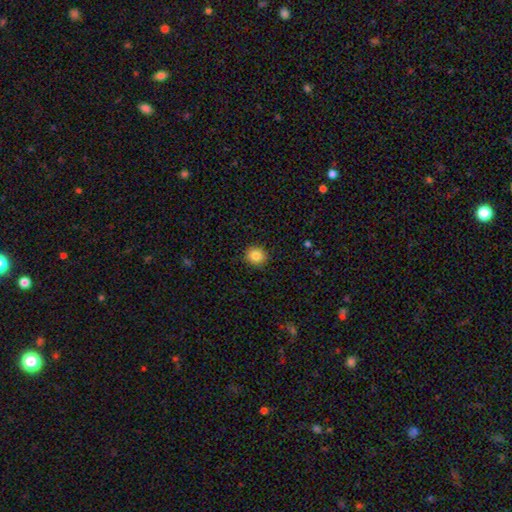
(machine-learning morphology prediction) This is clearly a smooth galaxy (84%). How rounded: clearly round (89%). Merging: clearly none (90%).